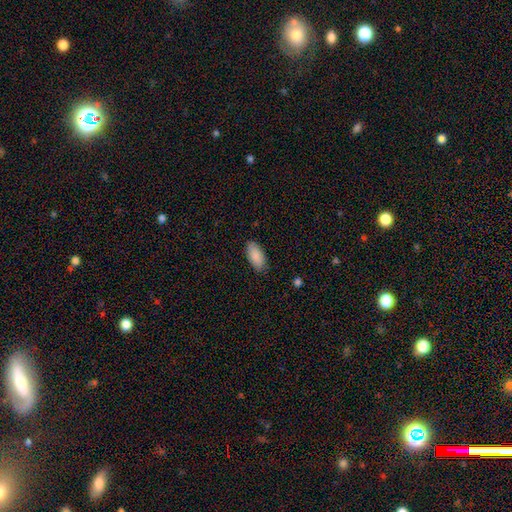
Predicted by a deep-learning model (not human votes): smooth 89%, star or artifact 6%, featured or disk 5%. Down the decision tree: how rounded — in between (91%); merging — none (86%).